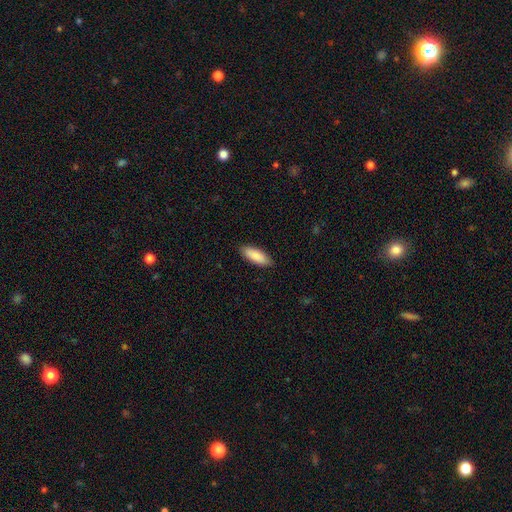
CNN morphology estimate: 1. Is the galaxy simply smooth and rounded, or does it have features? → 87% smooth, 8% featured or disk, 6% star or artifact.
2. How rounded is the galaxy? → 71% in between, 28% cigar-shaped, 2% round.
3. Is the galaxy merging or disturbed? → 89% none, 9% minor disturbance, 2% major disturbance, 1% merger.